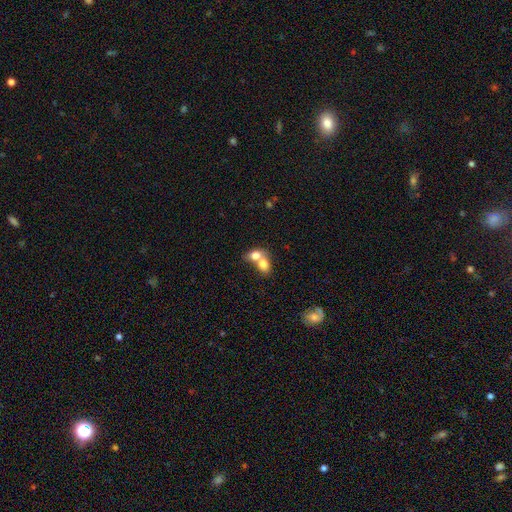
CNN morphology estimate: This is likely a smooth galaxy (75%). How rounded: likely in between (61%). Merging: likely merger (74%).